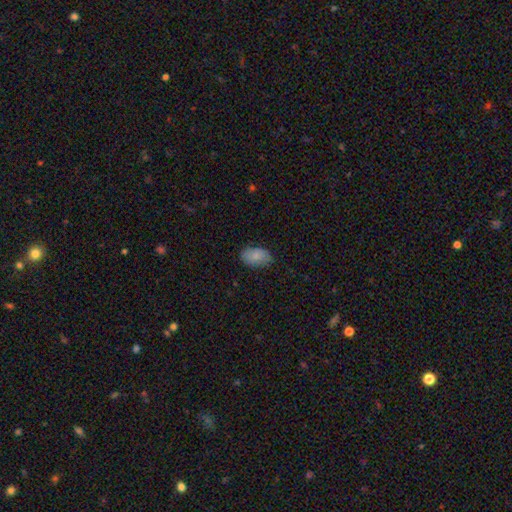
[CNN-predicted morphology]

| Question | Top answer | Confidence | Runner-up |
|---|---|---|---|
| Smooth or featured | smooth | 85% | featured or disk (9%) |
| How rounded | in between | 91% | round (7%) |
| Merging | none | 81% | minor disturbance (15%) |